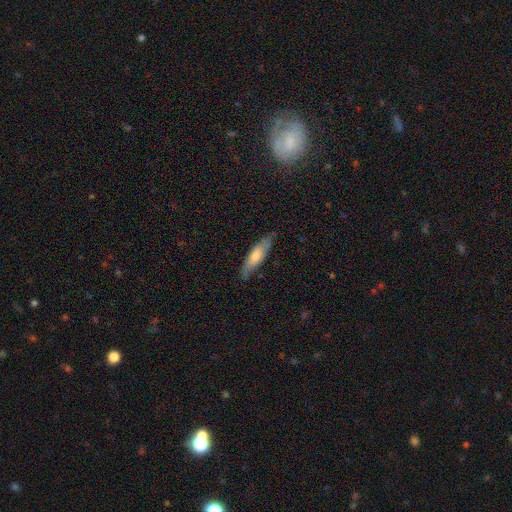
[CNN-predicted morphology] Smooth or featured? smooth (55%)
How rounded? cigar-shaped (69%)
Merging? none (81%)